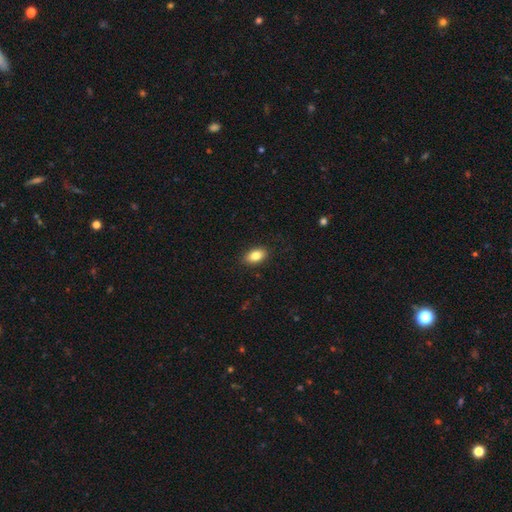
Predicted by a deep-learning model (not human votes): Smooth or featured? smooth (83%)
How rounded? in between (89%)
Merging? none (88%)